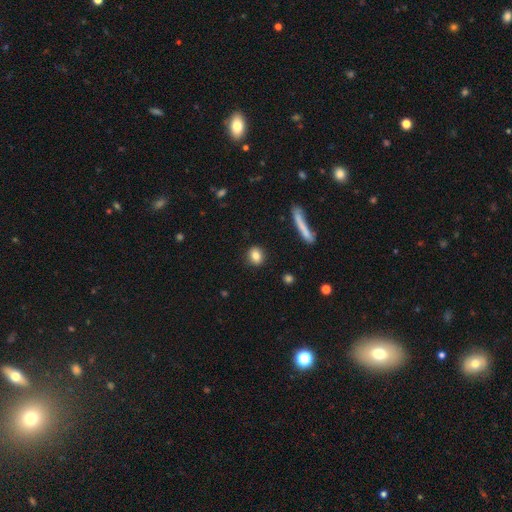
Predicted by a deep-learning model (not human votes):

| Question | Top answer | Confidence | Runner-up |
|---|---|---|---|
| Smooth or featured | smooth | 83% | star or artifact (9%) |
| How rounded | round | 67% | in between (29%) |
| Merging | none | 90% | minor disturbance (7%) |